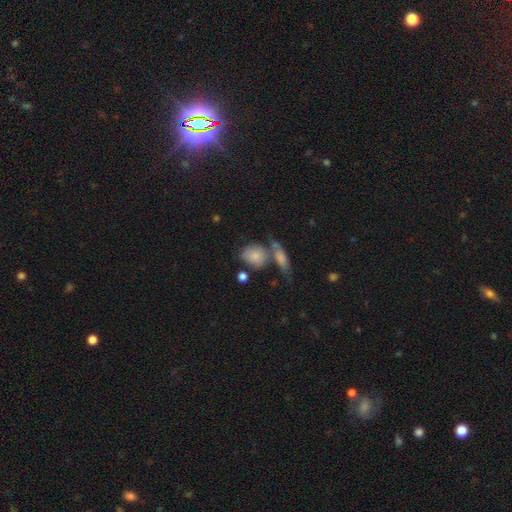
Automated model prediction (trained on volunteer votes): Smooth or featured: smooth — 79% (featured or disk — 14%)
How rounded: in between — 50% (round — 46%)
Merging: none — 42% (merger — 35%)